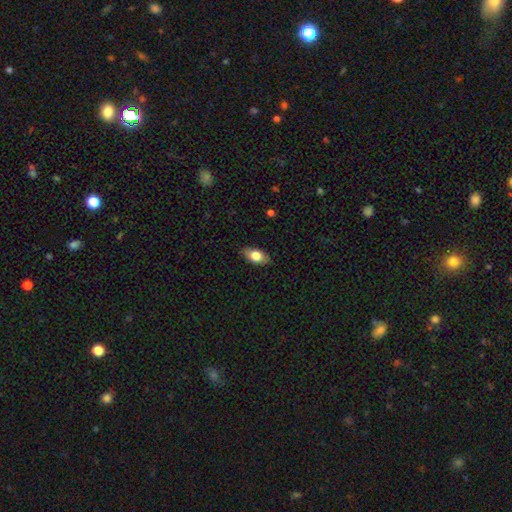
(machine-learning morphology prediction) type=smooth (77%); roundness=in between (90%); merging=none (86%).